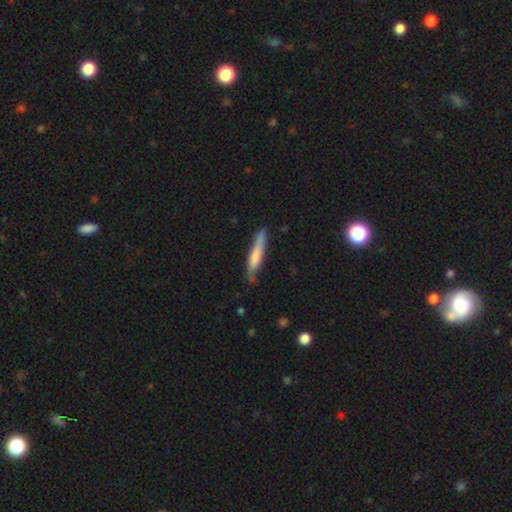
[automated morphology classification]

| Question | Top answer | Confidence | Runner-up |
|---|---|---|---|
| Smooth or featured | smooth | 68% | featured or disk (27%) |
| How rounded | cigar-shaped | 91% | in between (8%) |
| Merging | none | 72% | minor disturbance (22%) |